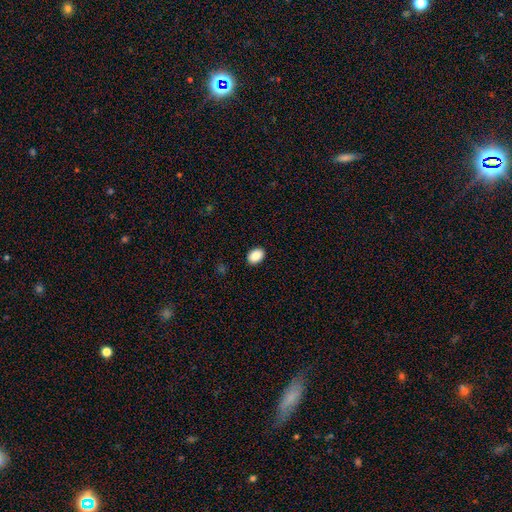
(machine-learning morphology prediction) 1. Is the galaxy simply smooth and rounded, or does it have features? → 88% smooth, 8% star or artifact, 4% featured or disk.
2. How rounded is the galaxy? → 78% in between, 21% round, 1% cigar-shaped.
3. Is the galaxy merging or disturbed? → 90% none, 7% minor disturbance, 2% major disturbance, 1% merger.